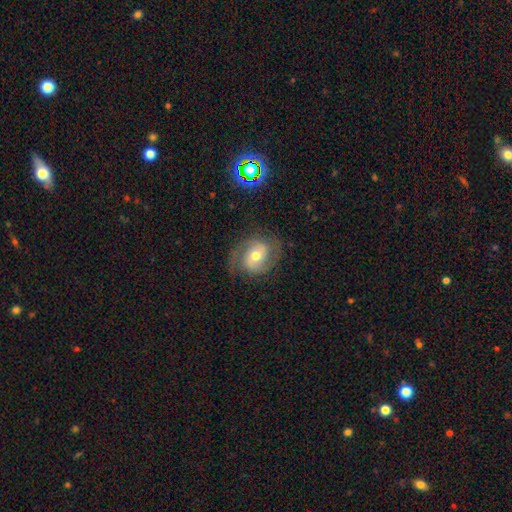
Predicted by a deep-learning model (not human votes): Morphology: type=featured or disk (75%); edge-on=no (97%); bar=no (51%); spiral arms=yes (92%); winding=medium (47%); arm count=2 (85%); bulge=moderate (70%); merging=none (74%).